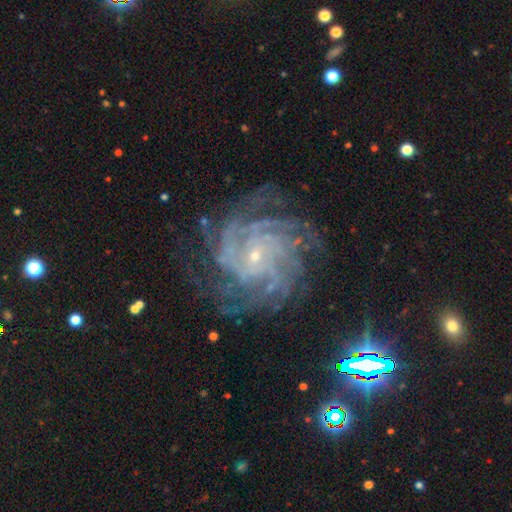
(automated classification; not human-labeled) A featured or disk galaxy (88%) with no bar (69%), more than 4 (28%) tight (66%) spiral arms (98%) and a small central bulge (85%).

Vote fractions:
- Smooth or featured? featured or disk: 88% / star or artifact: 7% / smooth: 4%
- Edge-on disk? no: 98% / yes: 2%
- Bar? no: 69% / weak: 24% / strong: 7%
- Spiral arms? yes: 98% / no: 2%
- Spiral winding? tight: 66% / medium: 28% / loose: 6%
- Spiral arm count? more than 4: 28% / 4: 23% / can't tell: 20% / 3: 12% / 2: 9% / 1: 8%
- Bulge size? small: 85% / moderate: 11% / none: 2% / large: 1% / dominant: 1%
- Merging? none: 74% / minor disturbance: 15% / major disturbance: 9% / merger: 1%